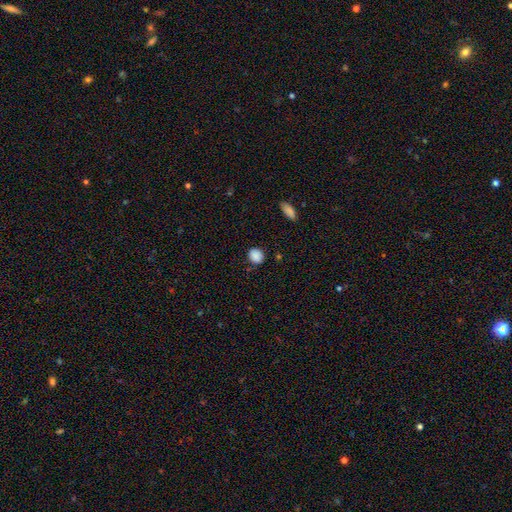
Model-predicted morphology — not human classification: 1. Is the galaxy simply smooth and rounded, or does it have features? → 88% smooth, 9% star or artifact, 3% featured or disk.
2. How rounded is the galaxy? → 65% round, 34% in between, 1% cigar-shaped.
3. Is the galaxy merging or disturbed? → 83% none, 12% minor disturbance, 3% major disturbance, 2% merger.